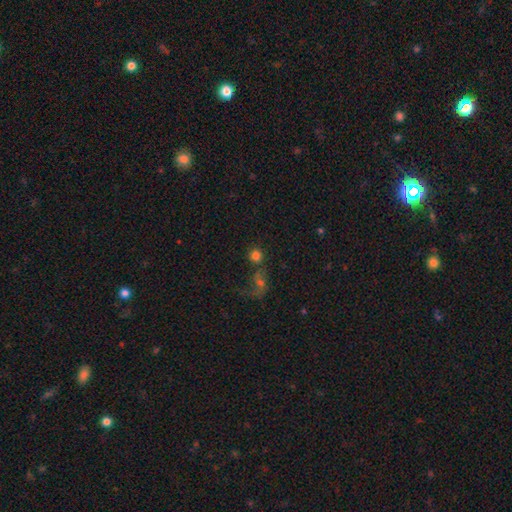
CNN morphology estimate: Smooth or featured? Predicted: smooth (p=0.76). How rounded? Predicted: round (p=0.88). Merging? Predicted: none (p=0.54).